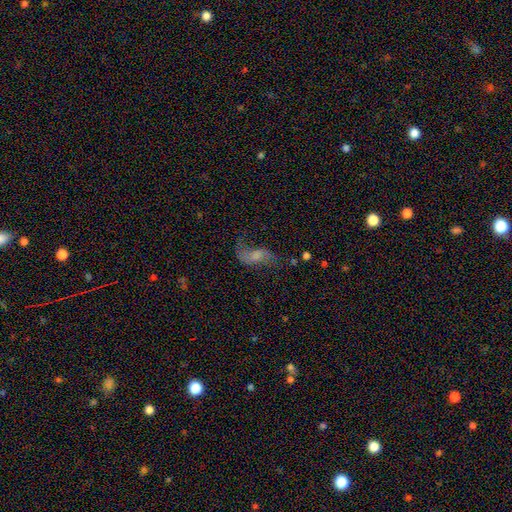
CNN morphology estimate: Smooth or featured? featured or disk (66%)
Edge-on disk? no (93%)
Bar? no (46%)
Spiral arms? yes (87%)
Spiral winding? loose (86%)
Spiral arm count? 2 (85%)
Bulge size? small (36%)
Merging? none (53%)